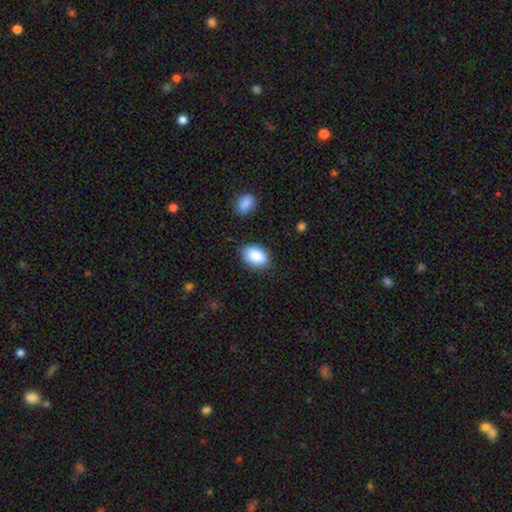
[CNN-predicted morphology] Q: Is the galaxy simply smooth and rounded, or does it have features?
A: smooth — 88%.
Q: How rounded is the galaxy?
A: in between — 89%.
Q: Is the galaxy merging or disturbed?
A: none — 81%.